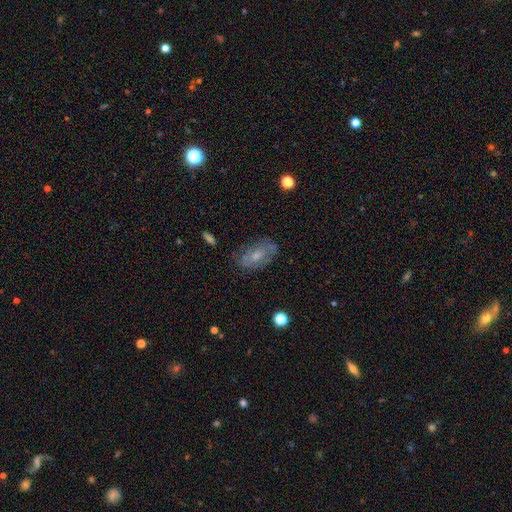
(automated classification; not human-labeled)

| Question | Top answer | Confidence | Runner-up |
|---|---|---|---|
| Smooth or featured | featured or disk | 47% | smooth (45%) |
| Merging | none | 67% | minor disturbance (22%) |